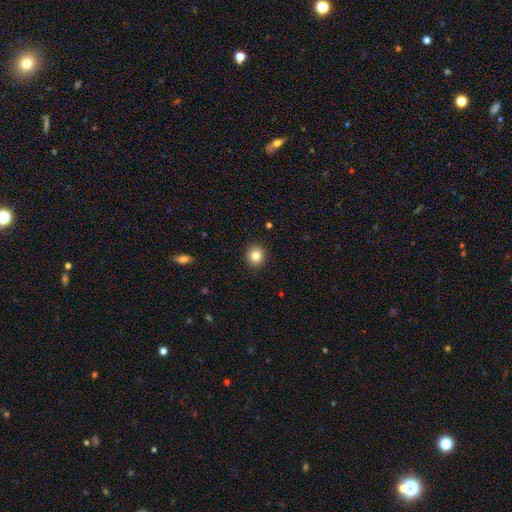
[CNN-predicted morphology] The model was most divided on "smooth or featured": smooth: 82%, star or artifact: 11%, featured or disk: 7%. More confident: merging — none (92%); how rounded — round (90%).